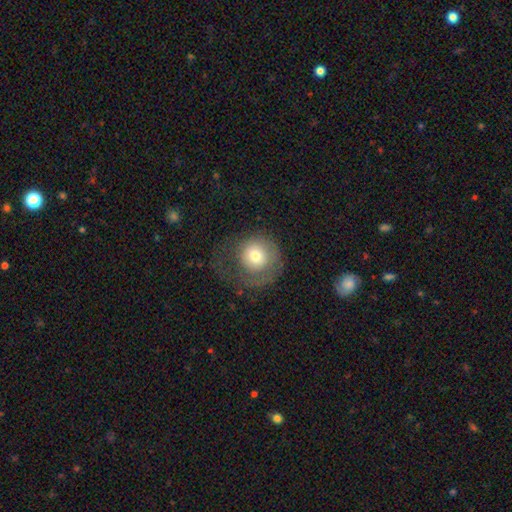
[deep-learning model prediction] Overall: smooth (66%). How rounded: round (89%). Merging: none (44%; major disturbance 35%).